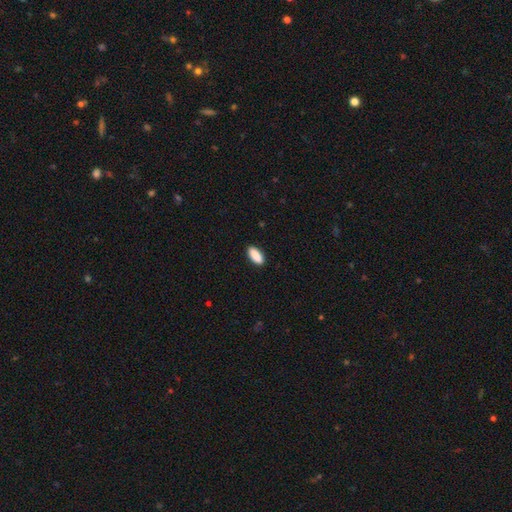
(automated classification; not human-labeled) Smooth or featured? smooth (90%)
How rounded? in between (82%)
Merging? none (89%)